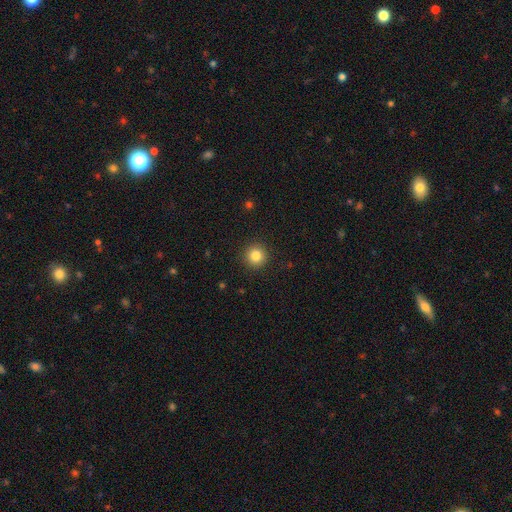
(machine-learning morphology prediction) smooth_or_featured: smooth (p=0.84) [alt: star or artifact p=0.11]
how_rounded: round (p=0.95) [alt: in between p=0.04]
merging: none (p=0.92) [alt: minor disturbance p=0.05]